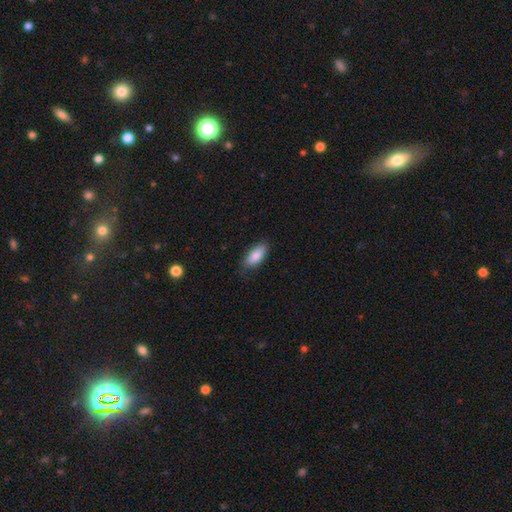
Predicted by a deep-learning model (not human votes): A smooth galaxy with no disk features (85%) that is in between round and cigar-shaped (84%).

Vote fractions:
- Smooth or featured? smooth: 85% / featured or disk: 9% / star or artifact: 6%
- How rounded? in between: 84% / cigar-shaped: 14% / round: 2%
- Merging? none: 80% / minor disturbance: 16% / major disturbance: 3% / merger: 1%